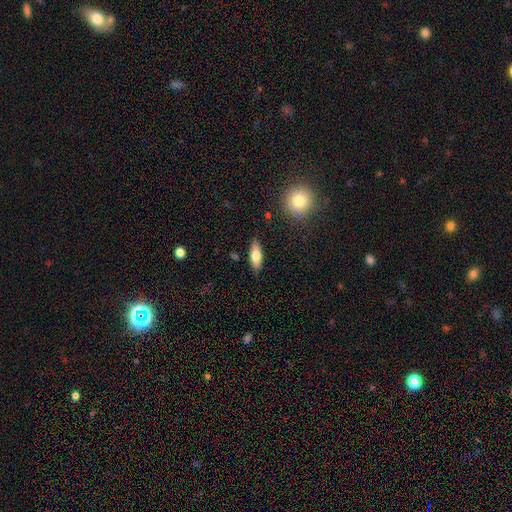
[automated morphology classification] smooth 70%, featured or disk 23%, star or artifact 7%. Down the decision tree: how rounded — in between (62%); merging — none (85%).